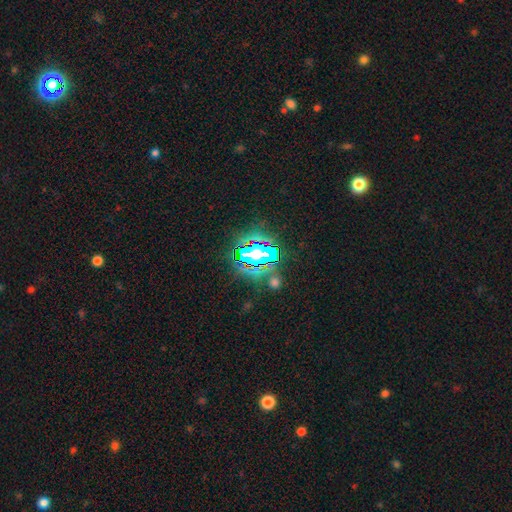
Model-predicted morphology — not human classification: This appears to be a star or artifact, not a galaxy (71%).